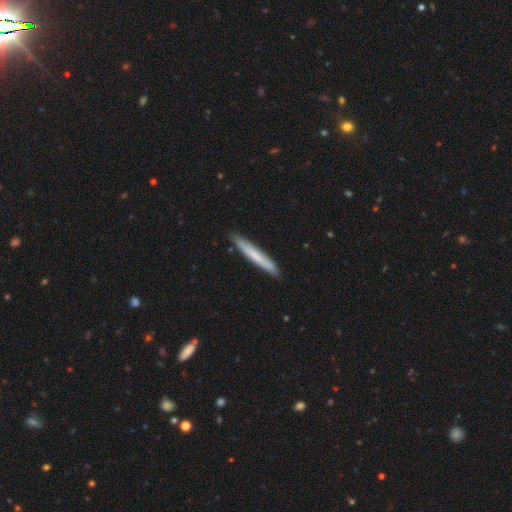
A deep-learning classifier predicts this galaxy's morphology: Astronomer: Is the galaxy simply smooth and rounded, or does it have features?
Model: smooth — 65%.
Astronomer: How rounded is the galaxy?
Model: cigar-shaped — 96%.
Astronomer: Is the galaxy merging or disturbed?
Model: none — 88%.